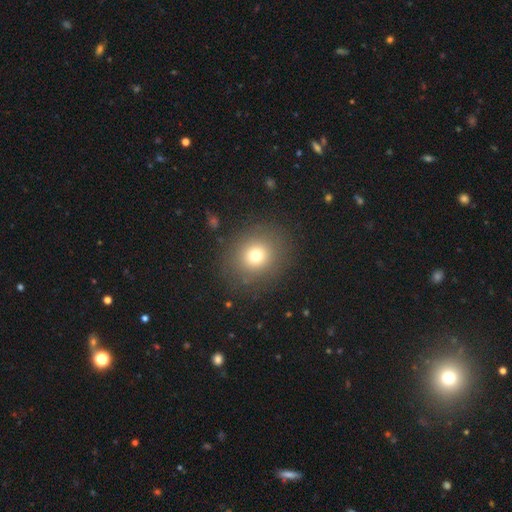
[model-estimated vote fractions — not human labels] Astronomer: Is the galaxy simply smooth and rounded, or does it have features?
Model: smooth — 73%.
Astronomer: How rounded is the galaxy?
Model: round — 82%.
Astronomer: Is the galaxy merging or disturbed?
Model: none — 86%.